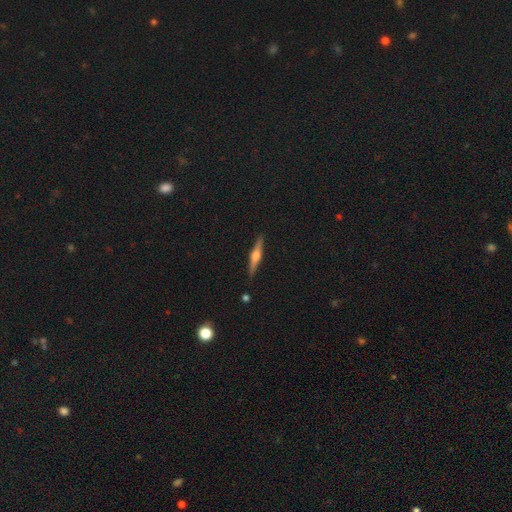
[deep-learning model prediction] Smooth or featured? featured or disk (70%)
Edge-on disk? yes (98%)
Edge-on bulge? rounded (92%)
Merging? none (90%)